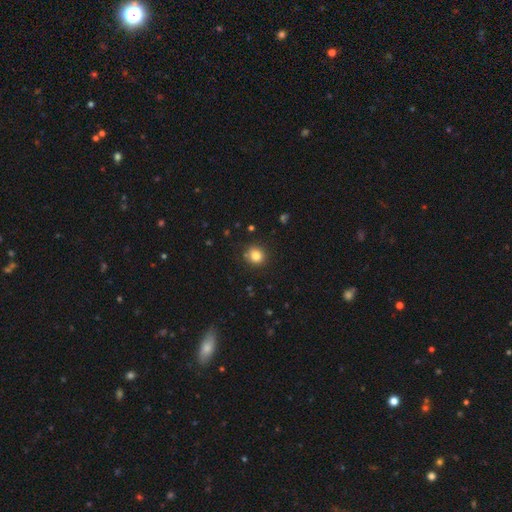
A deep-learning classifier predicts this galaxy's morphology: Overall: smooth (82%). How rounded: round (84%). Merging: none (86%).